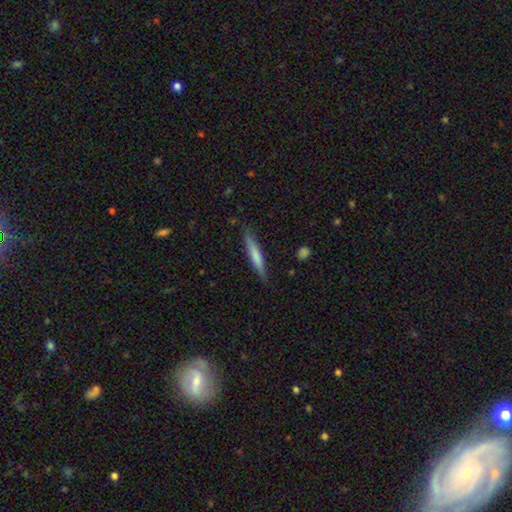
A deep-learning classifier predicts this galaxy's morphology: Overall: smooth (67%; featured or disk 28%). How rounded: cigar-shaped (94%). Merging: none (86%).